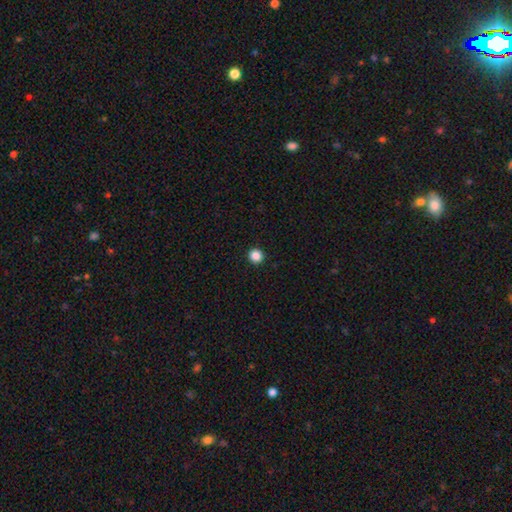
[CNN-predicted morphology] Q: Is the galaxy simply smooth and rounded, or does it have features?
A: smooth — 87%.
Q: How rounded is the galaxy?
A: round — 94%.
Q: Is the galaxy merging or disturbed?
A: none — 94%.